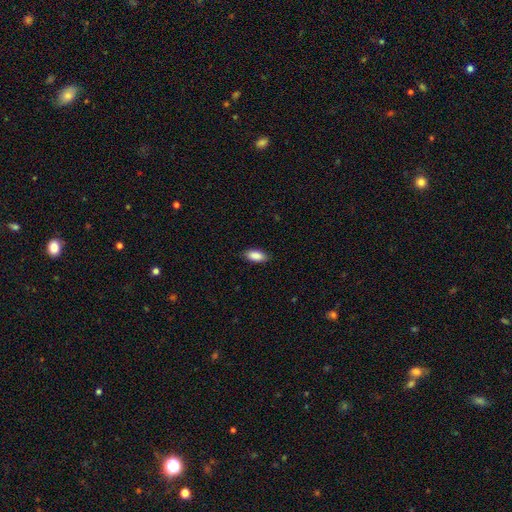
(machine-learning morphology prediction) This is clearly a smooth galaxy (89%). How rounded: clearly in between (89%). Merging: clearly none (85%).